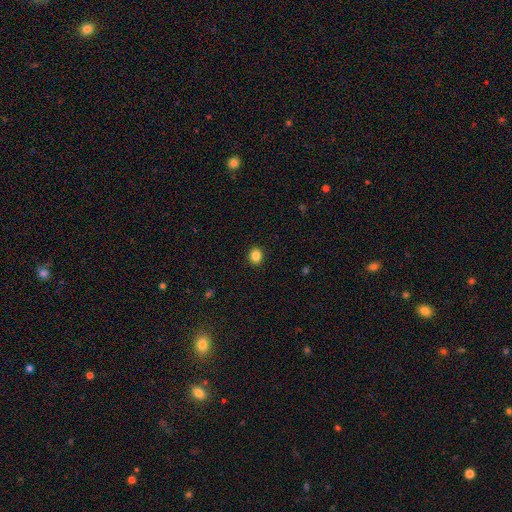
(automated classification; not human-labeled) Smooth or featured? smooth (85%)
How rounded? round (74%)
Merging? none (92%)